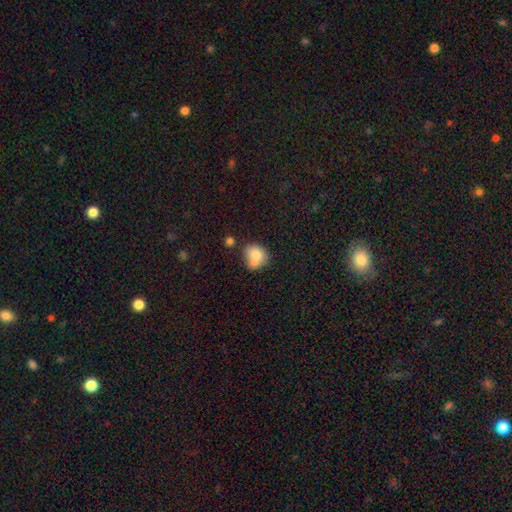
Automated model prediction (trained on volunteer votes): Morphology: type=smooth (73%); roundness=round (64%); merging=merger (44%).